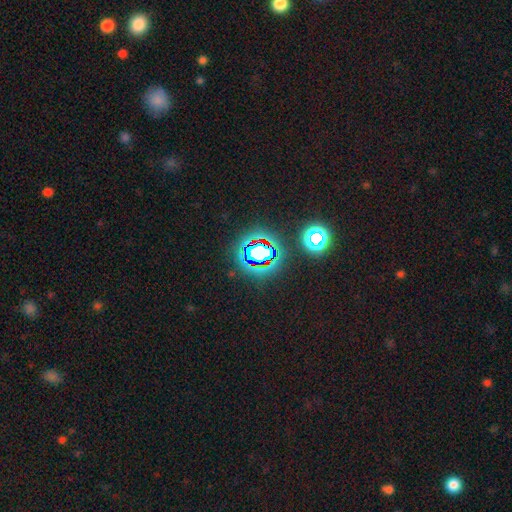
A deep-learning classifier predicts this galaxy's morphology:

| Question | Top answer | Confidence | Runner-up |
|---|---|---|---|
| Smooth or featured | star or artifact | 77% | smooth (15%) |